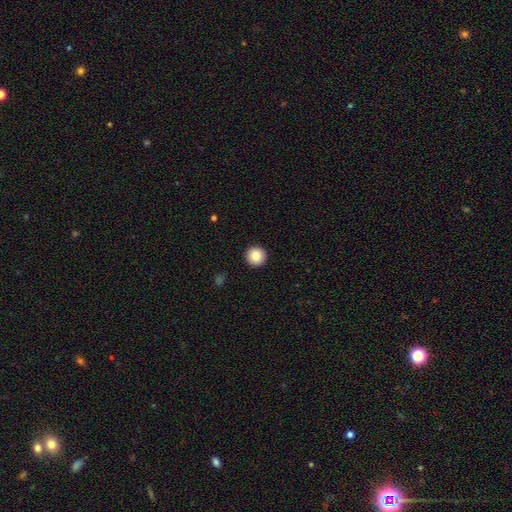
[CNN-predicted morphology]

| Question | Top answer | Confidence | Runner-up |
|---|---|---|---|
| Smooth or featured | smooth | 85% | star or artifact (8%) |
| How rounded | round | 96% | in between (3%) |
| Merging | none | 93% | minor disturbance (4%) |